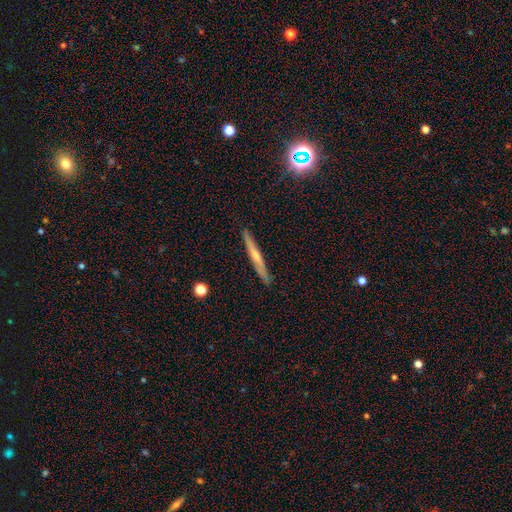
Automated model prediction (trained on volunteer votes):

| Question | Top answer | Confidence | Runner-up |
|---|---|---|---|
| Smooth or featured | featured or disk | 54% | smooth (39%) |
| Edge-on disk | yes | 96% | no (4%) |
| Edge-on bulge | rounded | 50% | none (43%) |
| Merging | none | 89% | minor disturbance (8%) |